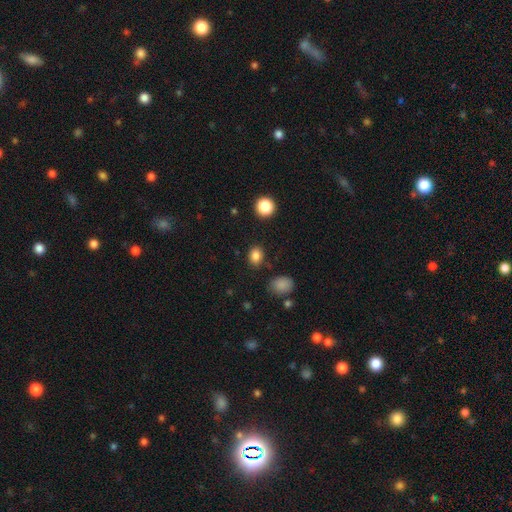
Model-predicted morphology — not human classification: The model was most divided on "how rounded": round: 50%, in between: 48%, cigar-shaped: 1%. More confident: smooth or featured — smooth (84%); merging — none (83%).